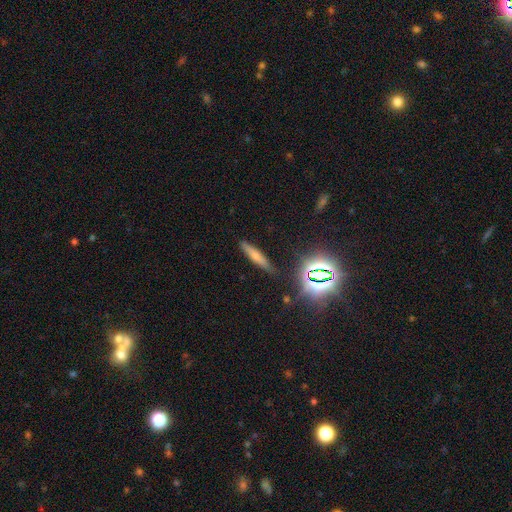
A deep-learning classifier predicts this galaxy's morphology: Smooth or featured? Predicted: smooth (p=0.61). How rounded? Predicted: cigar-shaped (p=0.85). Merging? Predicted: none (p=0.84).